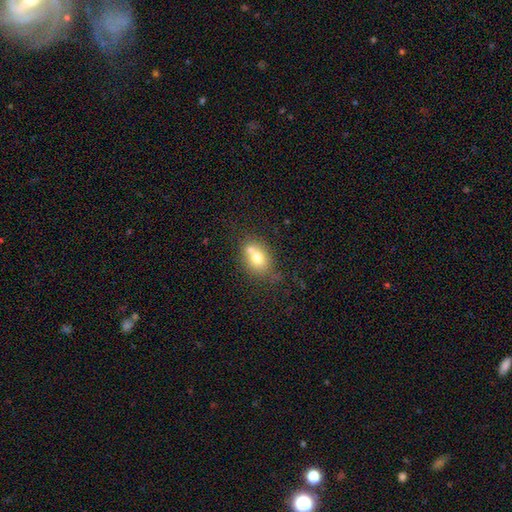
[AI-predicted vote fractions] Smooth or featured? smooth (68%)
How rounded? round (51%)
Merging? none (47%)